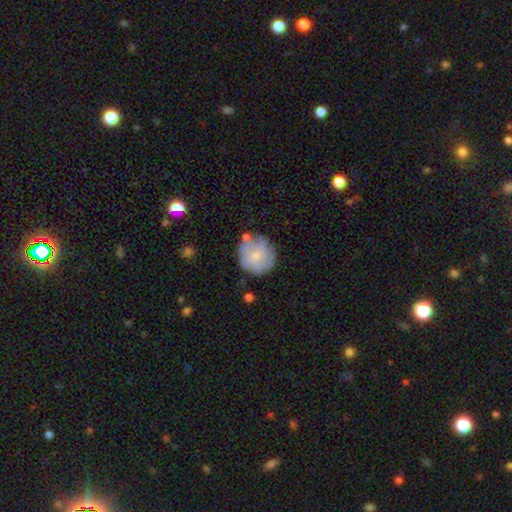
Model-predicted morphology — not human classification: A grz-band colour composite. It shows a smooth galaxy with no disk features (60%) that is round (91%). Merging: none (64%).